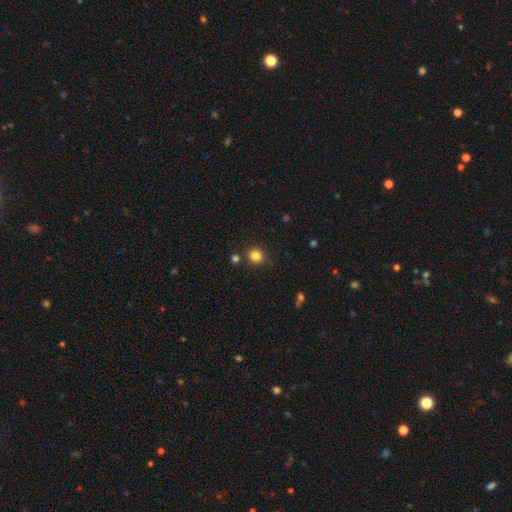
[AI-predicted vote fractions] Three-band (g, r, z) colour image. It shows a smooth galaxy with no disk features (83%) that is round (79%). Merging: none (84%).